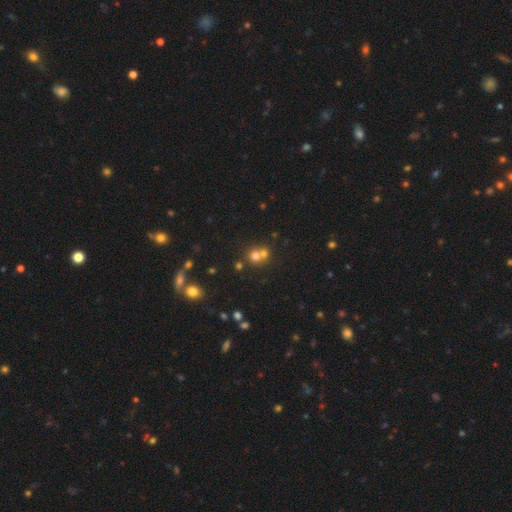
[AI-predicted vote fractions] smooth_or_featured: smooth (p=0.66) [alt: star or artifact p=0.20]
how_rounded: round (p=0.85) [alt: in between p=0.14]
merging: merger (p=0.50) [alt: none p=0.42]